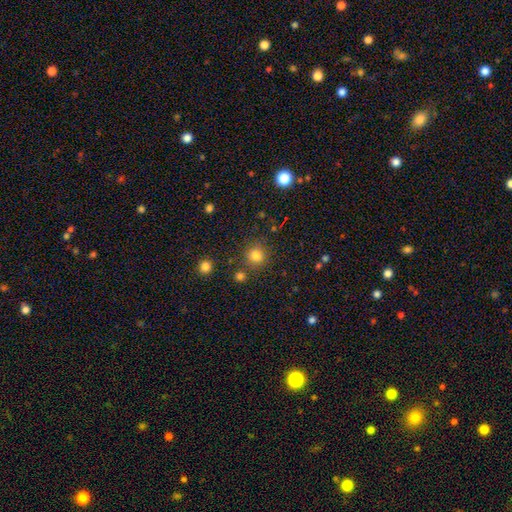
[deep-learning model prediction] The model was most divided on "smooth or featured": smooth: 80%, star or artifact: 15%, featured or disk: 5%. More confident: how rounded — round (88%); merging — none (78%).